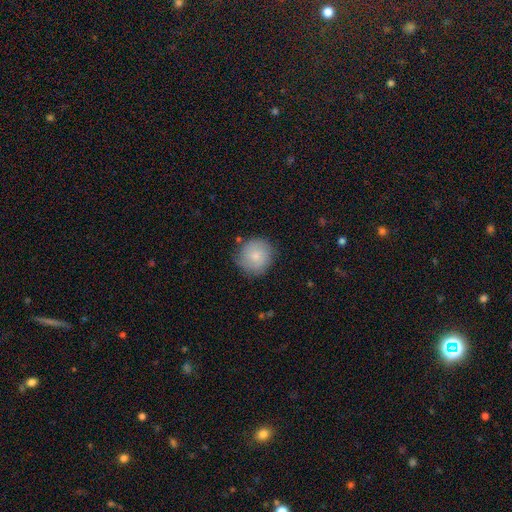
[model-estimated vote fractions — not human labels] smooth_or_featured: smooth (p=0.77) [alt: featured or disk p=0.16]
how_rounded: round (p=0.93) [alt: in between p=0.06]
merging: none (p=0.80) [alt: minor disturbance p=0.15]